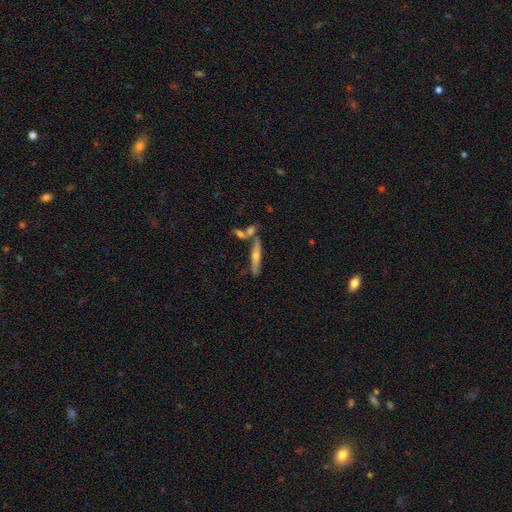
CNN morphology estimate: A featured or disk galaxy (66%) viewed edge-on (91%) with a rounded central bulge (88%).

Vote fractions:
- Smooth or featured? featured or disk: 66% / smooth: 26% / star or artifact: 8%
- Edge-on disk? yes: 91% / no: 9%
- Edge-on bulge? rounded: 88% / none: 8% / boxy: 3%
- Merging? none: 69% / merger: 16% / minor disturbance: 12% / major disturbance: 4%